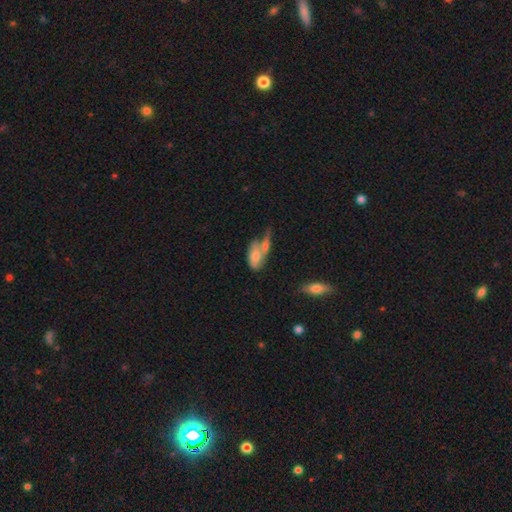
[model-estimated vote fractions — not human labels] Smooth or featured? smooth (66%)
How rounded? in between (87%)
Merging? merger (53%)